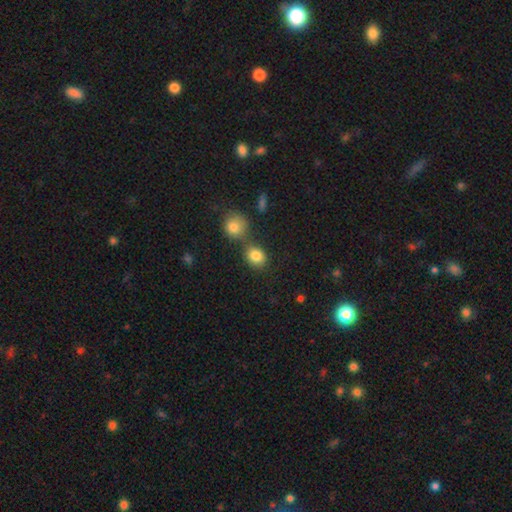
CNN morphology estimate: type=smooth (83%); roundness=round (61%); merging=none (60%).